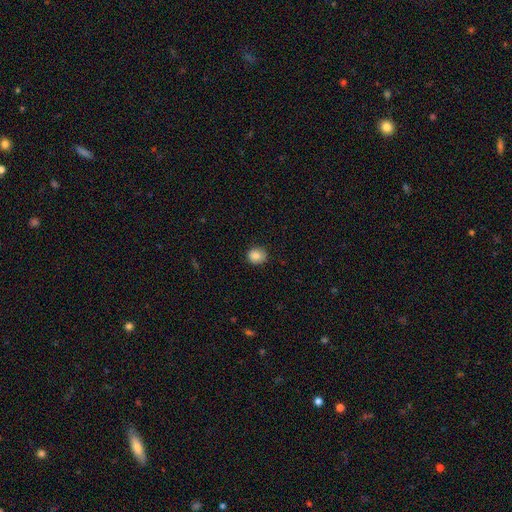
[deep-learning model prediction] This is clearly a smooth galaxy (85%). How rounded: clearly round (81%). Merging: clearly none (86%).